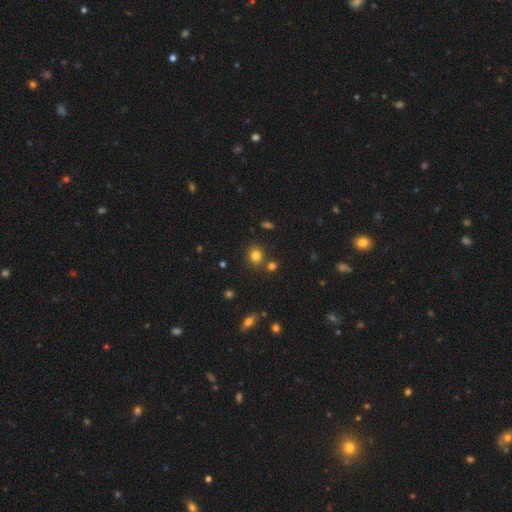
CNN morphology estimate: This is likely a smooth galaxy (79%). How rounded: clearly round (85%). Merging: likely none (78%).